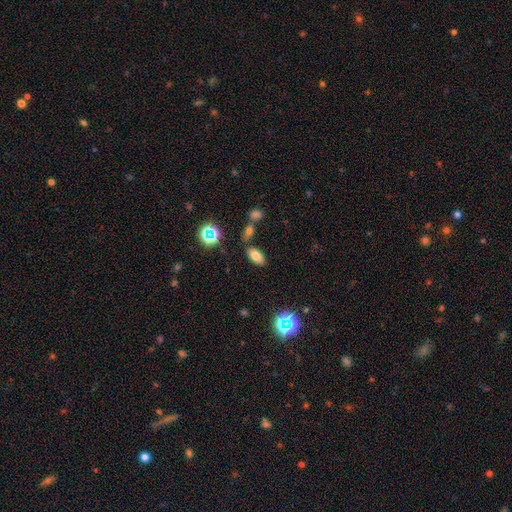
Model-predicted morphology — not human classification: Smooth or featured: smooth — 76% (star or artifact — 15%)
How rounded: in between — 91% (round — 6%)
Merging: none — 78% (minor disturbance — 11%)